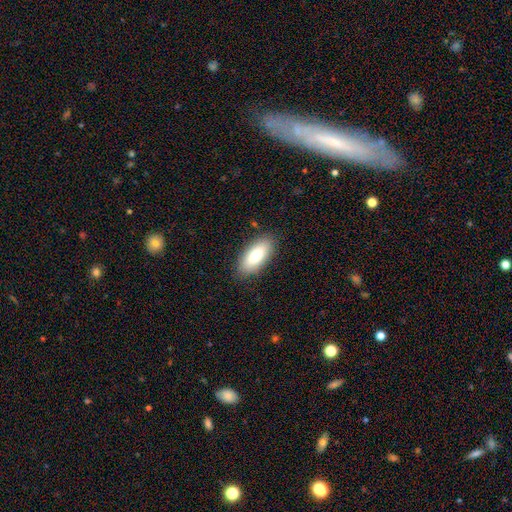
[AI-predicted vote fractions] Smooth or featured: smooth — 83% (featured or disk — 11%)
How rounded: in between — 87% (cigar-shaped — 12%)
Merging: none — 86% (minor disturbance — 11%)